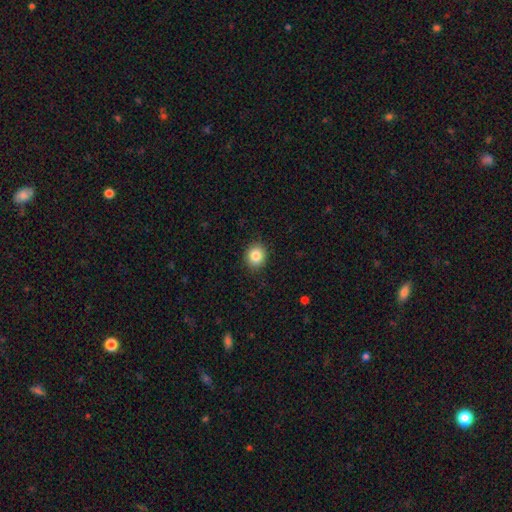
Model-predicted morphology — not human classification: smooth 85%, star or artifact 9%, featured or disk 6%. Down the decision tree: how rounded — round (74%); merging — none (89%).